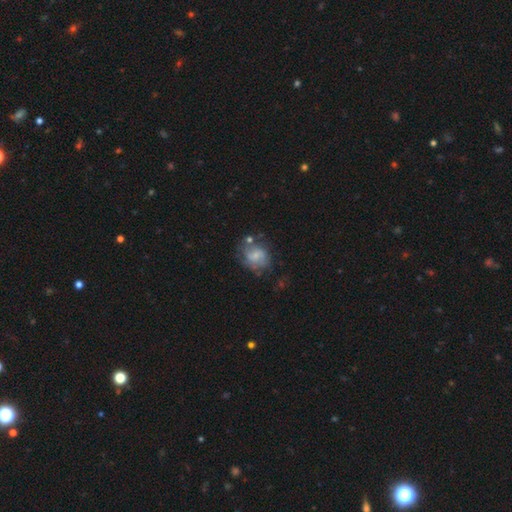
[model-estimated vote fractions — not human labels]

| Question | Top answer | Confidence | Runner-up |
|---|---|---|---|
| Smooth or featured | featured or disk | 46% | smooth (44%) |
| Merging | none | 49% | minor disturbance (25%) |